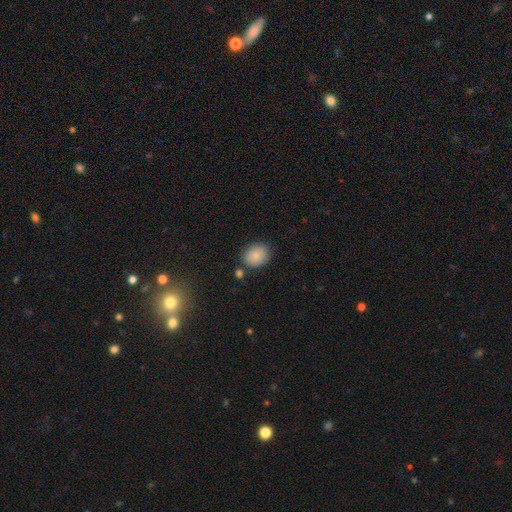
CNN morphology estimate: A smooth galaxy with no disk features (86%) that is round (55%).

Vote fractions:
- Smooth or featured? smooth: 86% / star or artifact: 8% / featured or disk: 6%
- How rounded? round: 55% / in between: 44% / cigar-shaped: 1%
- Merging? none: 79% / minor disturbance: 12% / merger: 6% / major disturbance: 3%